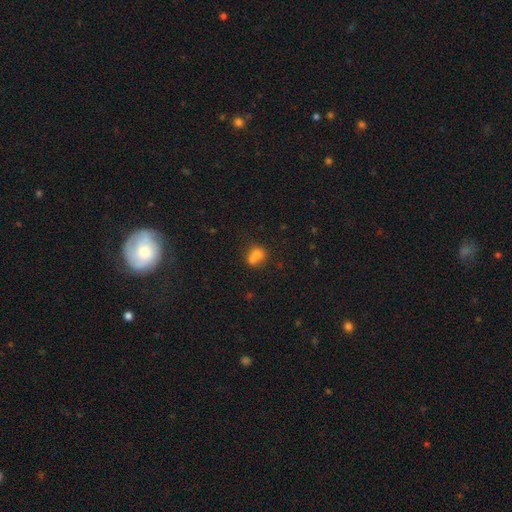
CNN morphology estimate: smooth 72%, featured or disk 15%, star or artifact 12%. Down the decision tree: how rounded — round (59%); merging — merger (57%).